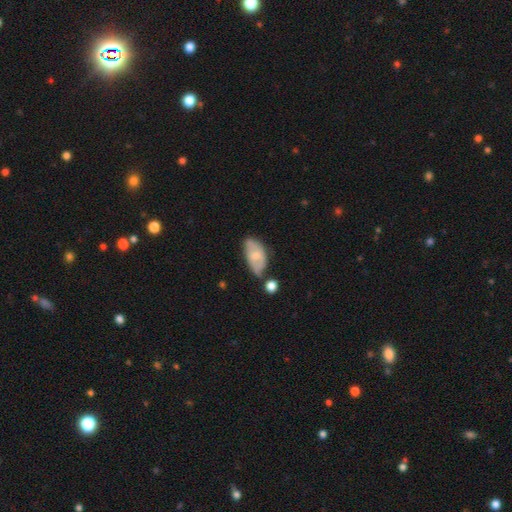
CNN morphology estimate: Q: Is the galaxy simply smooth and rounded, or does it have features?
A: smooth — 58%.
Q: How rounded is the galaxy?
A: in between — 93%.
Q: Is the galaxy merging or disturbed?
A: none — 41%.